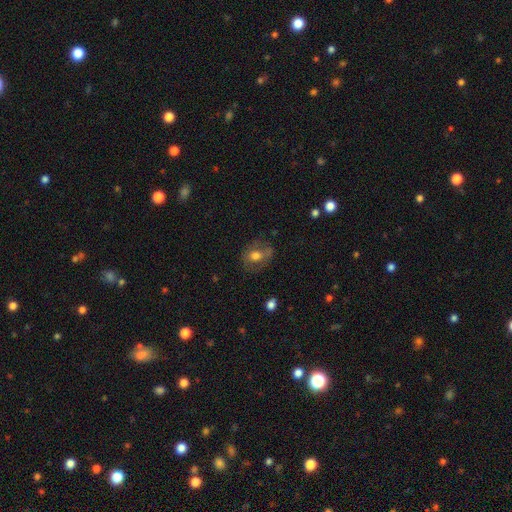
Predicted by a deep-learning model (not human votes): This is possibly a smooth galaxy (56%). How rounded: possibly in between (57%). Merging: likely none (65%).